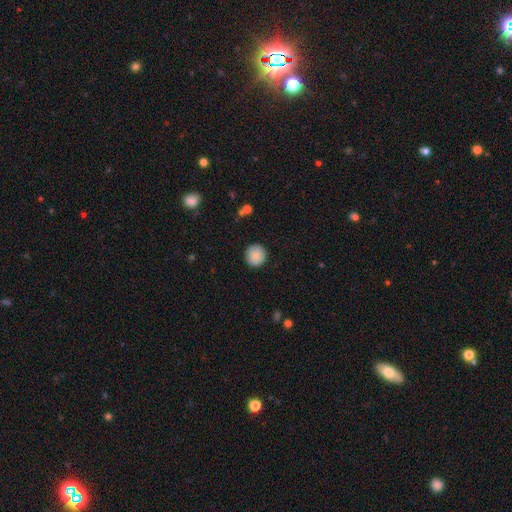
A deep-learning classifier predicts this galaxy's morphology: smooth_or_featured: smooth (p=0.88) [alt: star or artifact p=0.07]
how_rounded: round (p=0.94) [alt: in between p=0.05]
merging: none (p=0.91) [alt: minor disturbance p=0.07]